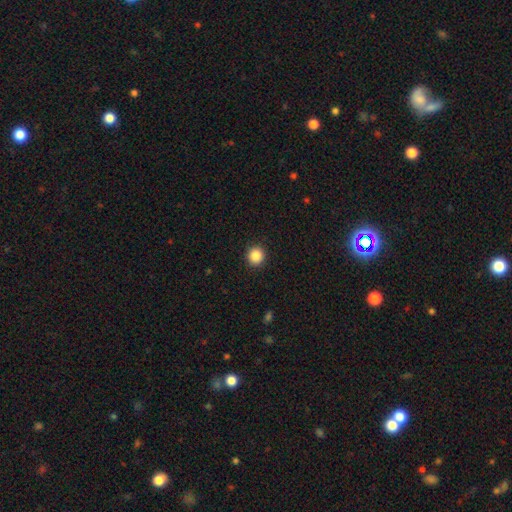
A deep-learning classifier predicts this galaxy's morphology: This appears to be a smooth galaxy with no disk features (87%) that is round (93%). Merging: none (92%).